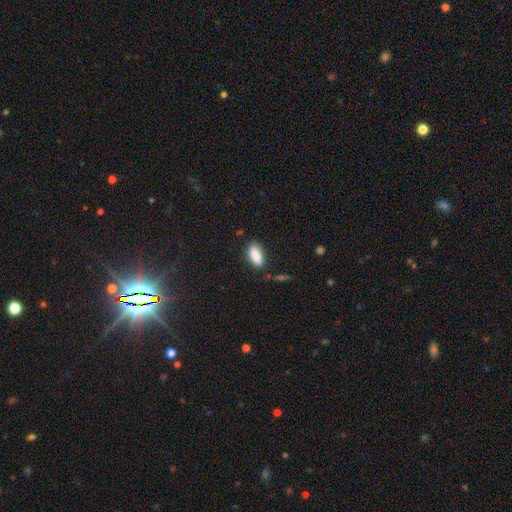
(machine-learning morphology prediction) type=smooth (87%); roundness=in between (88%); merging=none (79%).